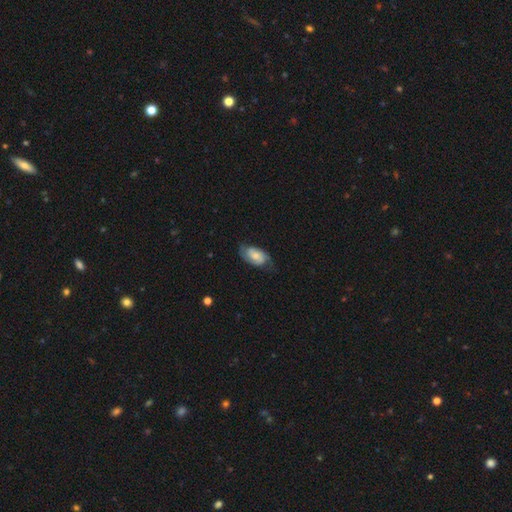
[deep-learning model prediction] This appears to be a featured or disk galaxy (61%) with no bar (58%), 2 (81%) medium (43%) spiral arms (89%) and a moderate central bulge (44%). Merging: none (66%).